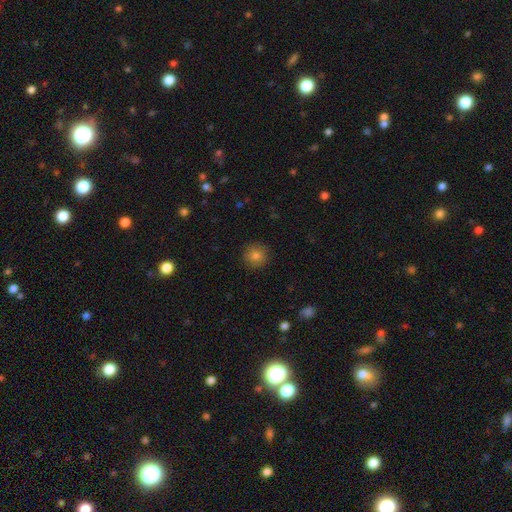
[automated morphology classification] A smooth galaxy with no disk features (82%) that is round (94%).

Vote fractions:
- Smooth or featured? smooth: 82% / star or artifact: 11% / featured or disk: 8%
- How rounded? round: 94% / in between: 5% / cigar-shaped: 1%
- Merging? none: 90% / minor disturbance: 7% / major disturbance: 2% / merger: 1%